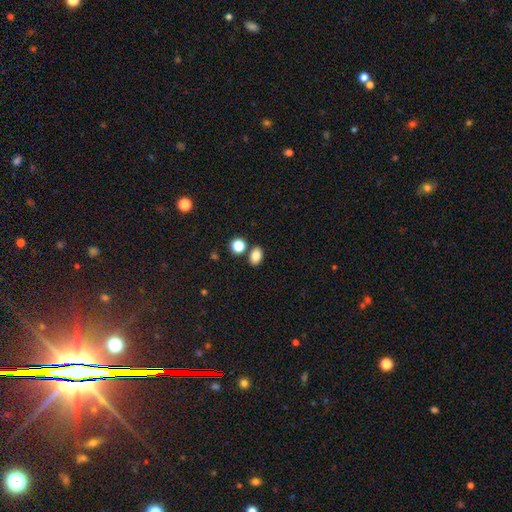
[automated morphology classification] type=smooth (83%); roundness=in between (78%); merging=none (78%).